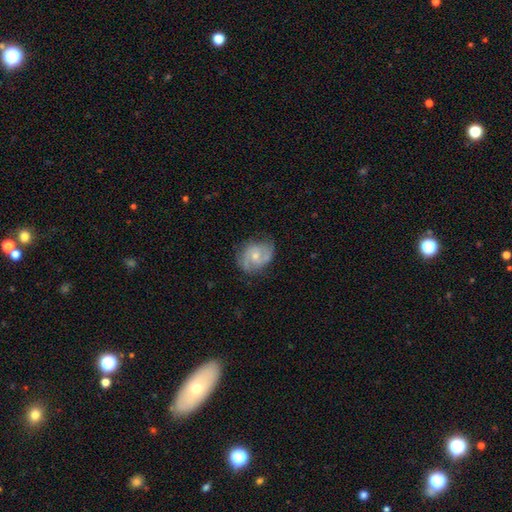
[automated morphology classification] The model was most divided on "bulge size": small: 53%, moderate: 42%, none: 2%, large: 1%, dominant: 1%. More confident: edge-on disk — no (97%); spiral arms — yes (94%); spiral arm count — 2 (77%); smooth or featured — featured or disk (76%); merging — none (72%); bar — no (59%); spiral winding — medium (51%).